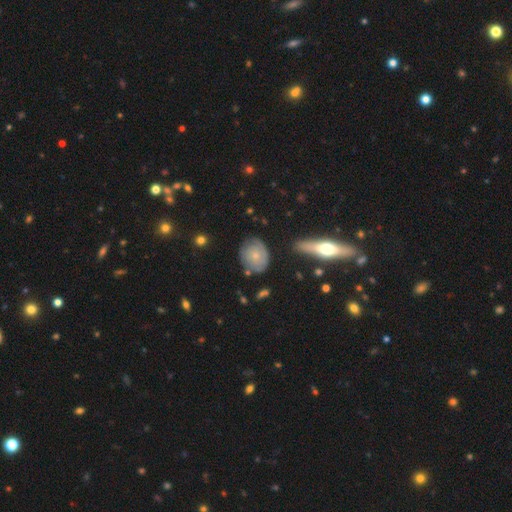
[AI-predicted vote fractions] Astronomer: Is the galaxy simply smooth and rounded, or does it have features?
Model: smooth — 54% (runner-up: featured or disk, 39%).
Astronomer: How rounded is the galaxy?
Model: round — 53% (runner-up: in between, 45%).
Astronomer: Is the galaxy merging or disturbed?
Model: none — 64%.